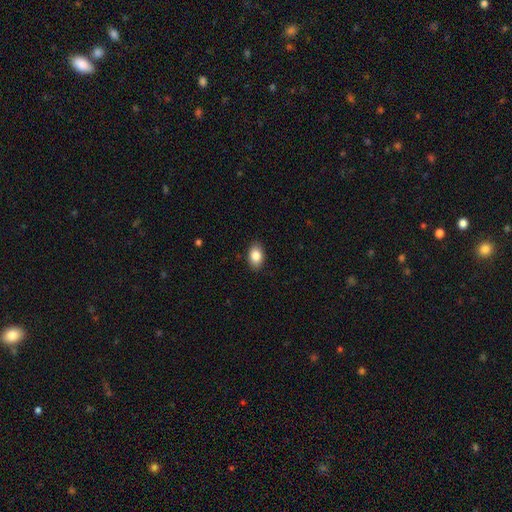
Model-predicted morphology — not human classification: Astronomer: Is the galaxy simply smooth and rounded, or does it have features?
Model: smooth — 85%.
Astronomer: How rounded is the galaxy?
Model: in between — 89%.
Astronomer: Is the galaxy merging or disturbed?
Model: none — 88%.